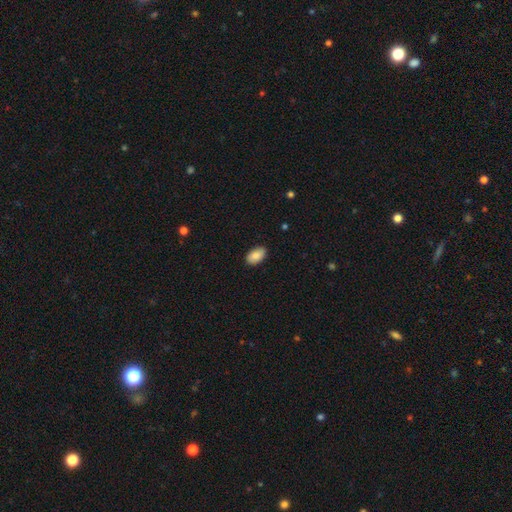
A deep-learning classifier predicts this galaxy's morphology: Smooth or featured?
  - smooth: 85% *
  - featured or disk: 8%
  - star or artifact: 6%
How rounded?
  - in between: 94% *
  - round: 5%
  - cigar-shaped: 1%
Merging?
  - none: 87% *
  - minor disturbance: 10%
  - major disturbance: 2%
  - merger: 1%